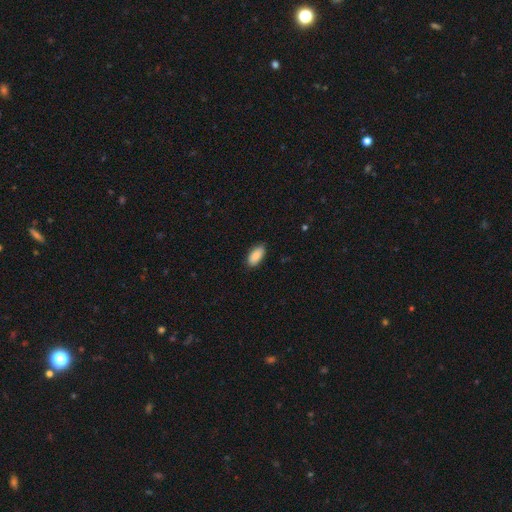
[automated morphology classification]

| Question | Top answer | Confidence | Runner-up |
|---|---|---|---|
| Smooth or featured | smooth | 90% | star or artifact (6%) |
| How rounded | in between | 93% | cigar-shaped (5%) |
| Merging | none | 87% | minor disturbance (10%) |